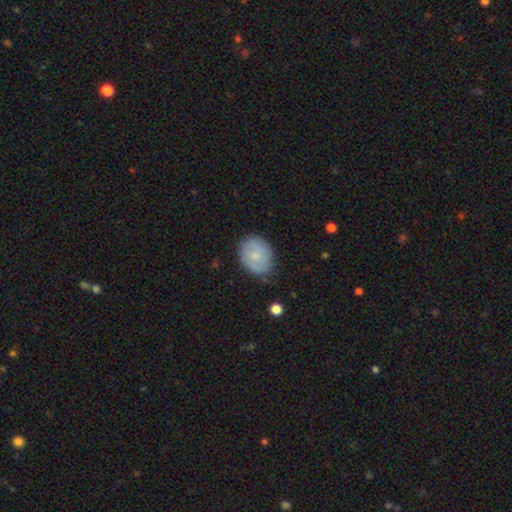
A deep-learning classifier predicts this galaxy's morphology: Overall: smooth (62%; featured or disk 31%). How rounded: in between (57%; round 42%). Merging: none (71%).